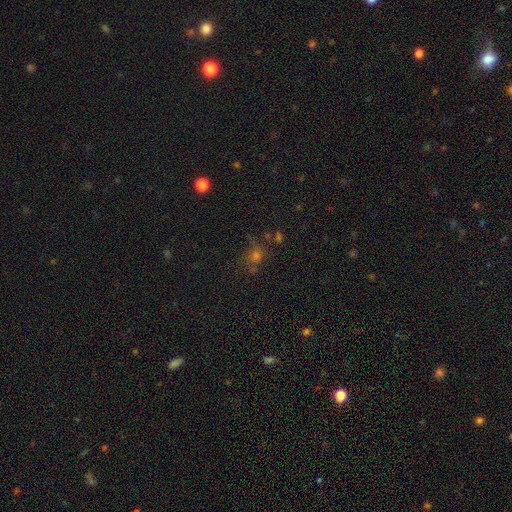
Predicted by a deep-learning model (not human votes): This appears to be a smooth galaxy with no disk features (44%). Merging: none (63%).